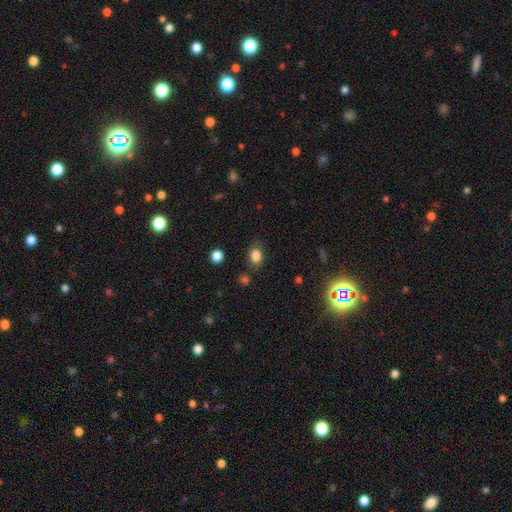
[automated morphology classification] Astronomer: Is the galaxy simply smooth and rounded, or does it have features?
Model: smooth — 83%.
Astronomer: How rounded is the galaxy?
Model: in between — 65%.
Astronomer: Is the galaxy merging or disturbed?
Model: none — 75%.